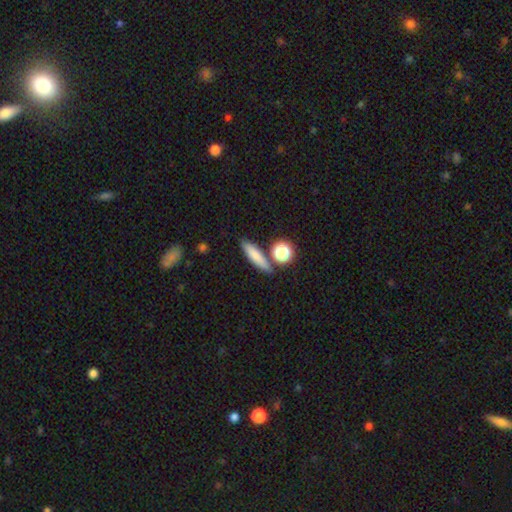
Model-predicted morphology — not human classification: smooth-or-featured: smooth: 77% | featured or disk: 13% | star or artifact: 9%
  how-rounded: cigar-shaped: 65% | in between: 26% | round: 10%
  merging: none: 78% | minor disturbance: 10% | merger: 9% | major disturbance: 3%